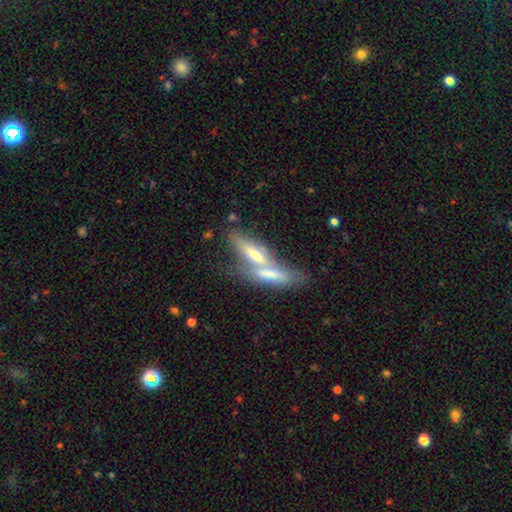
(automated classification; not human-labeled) Morphology: type=smooth (46%, tied with featured or disk); merging=merger (54%).